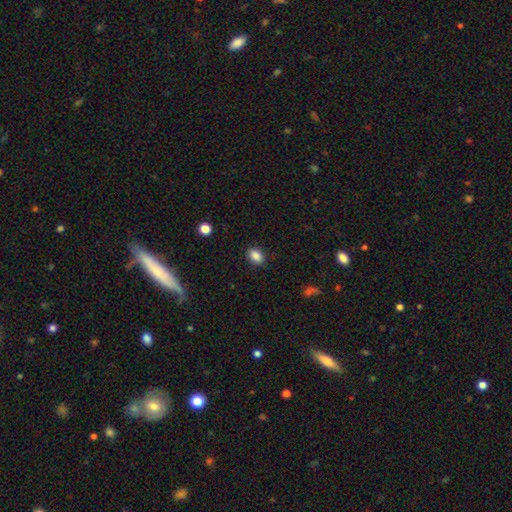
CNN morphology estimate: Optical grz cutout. It shows a smooth galaxy with no disk features (87%) that is in between round and cigar-shaped (82%). Merging: none (88%).